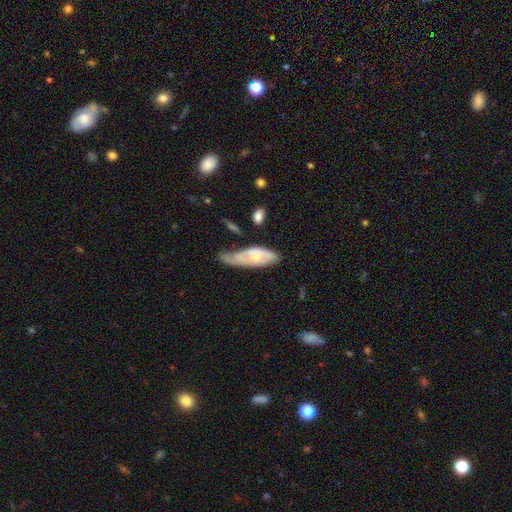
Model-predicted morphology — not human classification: type=featured or disk (51%); edge-on=no (84%); merging=minor disturbance (39%).